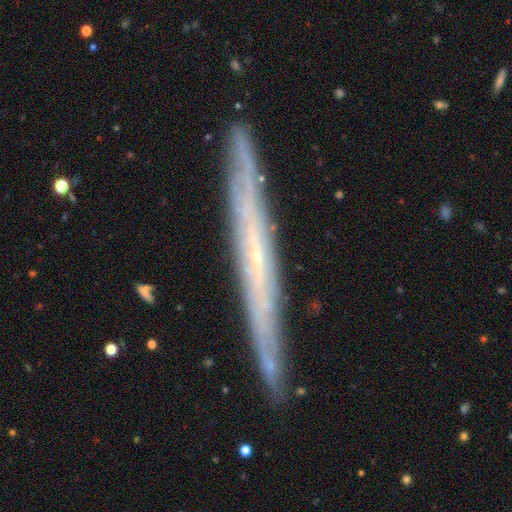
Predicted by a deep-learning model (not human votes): Smooth or featured? featured or disk (73%)
Edge-on disk? yes (89%)
Edge-on bulge? none (79%)
Merging? none (88%)